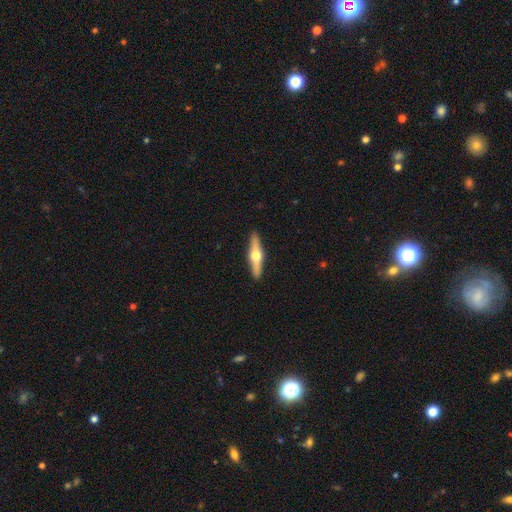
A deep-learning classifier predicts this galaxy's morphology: featured or disk 65%, smooth 29%, star or artifact 5%. Down the decision tree: edge-on disk — yes (96%); edge-on bulge — rounded (96%); merging — none (91%).